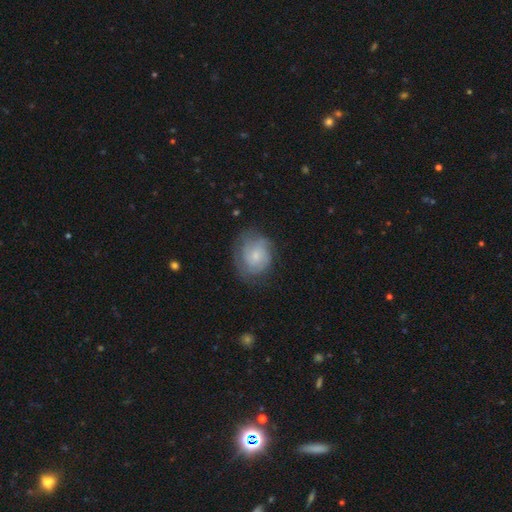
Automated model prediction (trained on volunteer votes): Overall: featured or disk (47%; smooth 45%). Merging: none (67%).